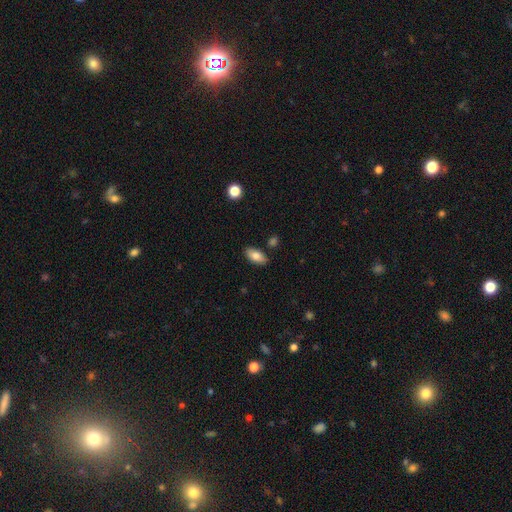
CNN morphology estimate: Smooth or featured: smooth — 82% (featured or disk — 11%)
How rounded: in between — 90% (cigar-shaped — 7%)
Merging: none — 84% (minor disturbance — 11%)